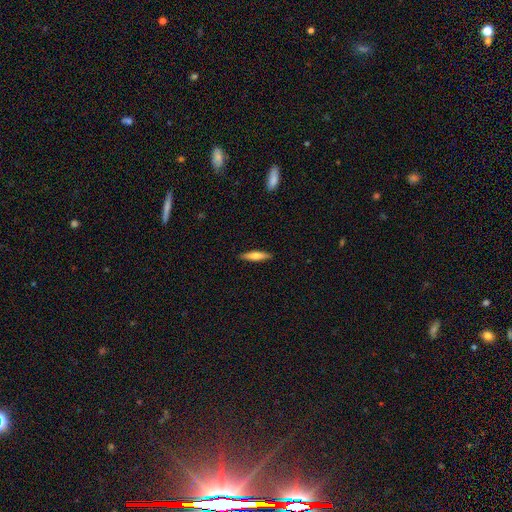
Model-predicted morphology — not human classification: This appears to be a smooth galaxy with no disk features (62%) that is cigar-shaped (80%). Merging: none (90%).